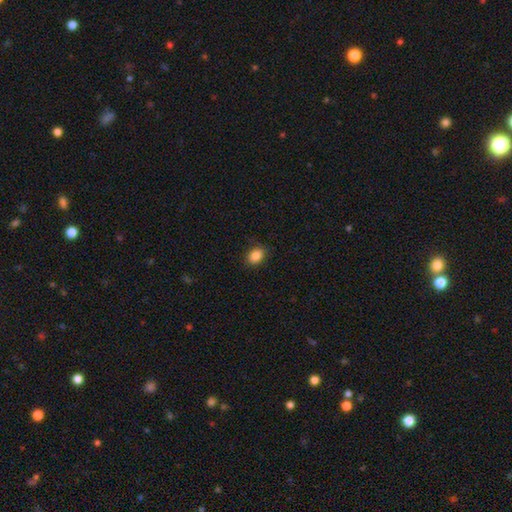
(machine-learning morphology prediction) Smooth or featured?
  - smooth: 87% *
  - star or artifact: 9%
  - featured or disk: 4%
How rounded?
  - in between: 67% *
  - round: 32%
  - cigar-shaped: 1%
Merging?
  - none: 86% *
  - minor disturbance: 10%
  - major disturbance: 2%
  - merger: 1%